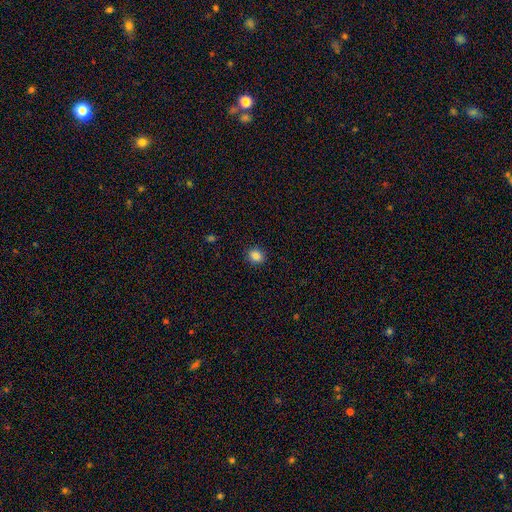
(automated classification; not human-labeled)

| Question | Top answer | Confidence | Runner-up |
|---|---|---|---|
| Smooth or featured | smooth | 85% | star or artifact (11%) |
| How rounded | round | 66% | in between (33%) |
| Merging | none | 90% | minor disturbance (7%) |